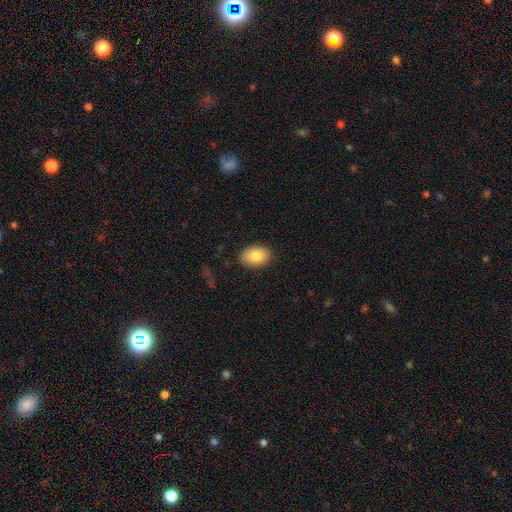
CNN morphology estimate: smooth 85%, featured or disk 8%, star or artifact 7%. Down the decision tree: how rounded — in between (86%); merging — none (87%).